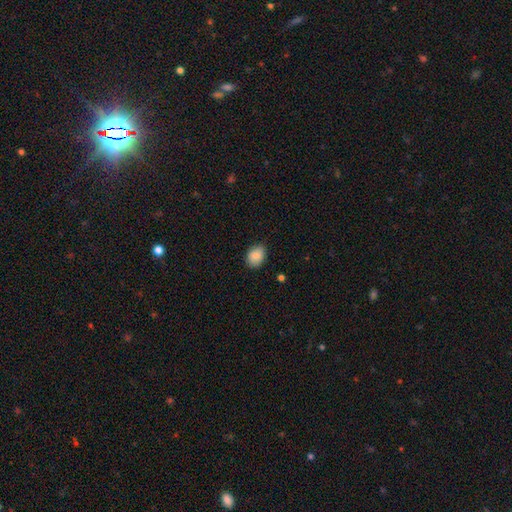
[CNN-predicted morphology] Smooth or featured? smooth (87%)
How rounded? in between (67%)
Merging? none (79%)